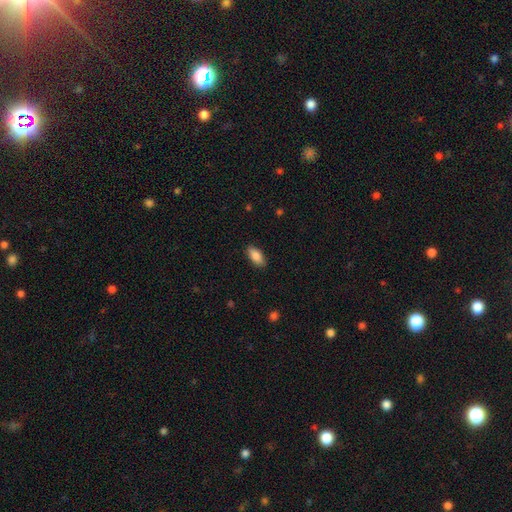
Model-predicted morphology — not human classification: A smooth galaxy with no disk features (87%) that is in between round and cigar-shaped (89%).

Vote fractions:
- Smooth or featured? smooth: 87% / star or artifact: 7% / featured or disk: 6%
- How rounded? in between: 89% / cigar-shaped: 9% / round: 2%
- Merging? none: 88% / minor disturbance: 9% / major disturbance: 2% / merger: 1%